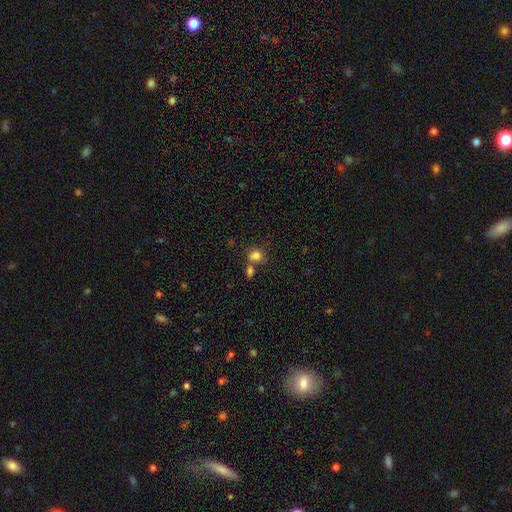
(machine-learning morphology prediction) A smooth galaxy with no disk features (81%) that is round (52%).

Vote fractions:
- Smooth or featured? smooth: 81% / star or artifact: 11% / featured or disk: 8%
- How rounded? round: 52% / in between: 47% / cigar-shaped: 1%
- Merging? none: 47% / merger: 35% / minor disturbance: 12% / major disturbance: 5%